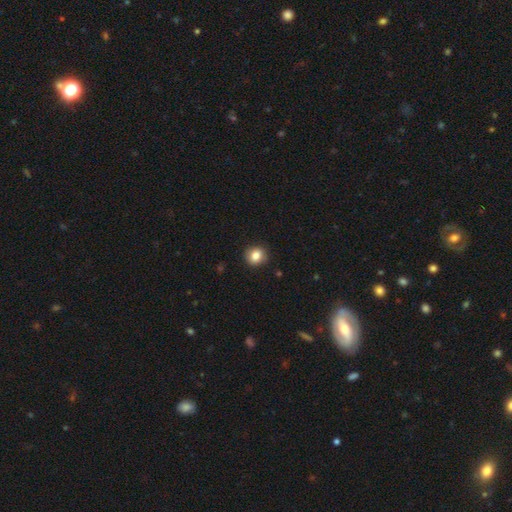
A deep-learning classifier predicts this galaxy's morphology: Smooth or featured?
  - smooth: 84% *
  - star or artifact: 10%
  - featured or disk: 6%
How rounded?
  - round: 83% *
  - in between: 16%
  - cigar-shaped: 1%
Merging?
  - none: 90% *
  - minor disturbance: 8%
  - major disturbance: 2%
  - merger: 1%